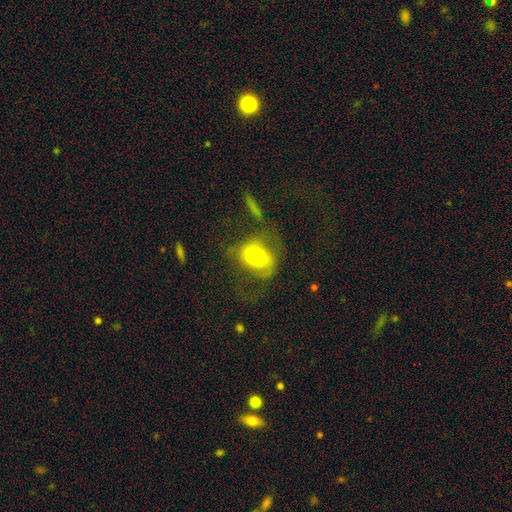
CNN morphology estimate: smooth 59%, featured or disk 31%, star or artifact 10%. Down the decision tree: how rounded — in between (58%); merging — none (36%).